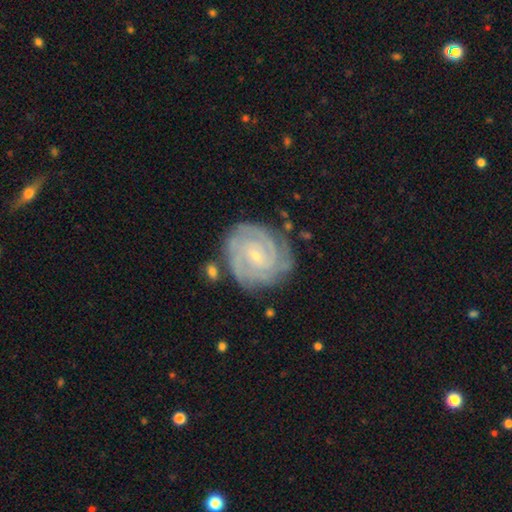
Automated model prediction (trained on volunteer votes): Q: Smooth or featured?
A: featured or disk (88%); runner-up: smooth (7%)
Q: Edge-on disk?
A: no (98%); runner-up: yes (2%)
Q: Bar?
A: no (60%); runner-up: weak (32%)
Q: Spiral arms?
A: yes (98%); runner-up: no (2%)
Q: Spiral winding?
A: tight (80%); runner-up: medium (17%)
Q: Spiral arm count?
A: 3 (27%); runner-up: 4 (21%)
Q: Bulge size?
A: small (82%); runner-up: moderate (14%)
Q: Merging?
A: none (77%); runner-up: minor disturbance (16%)